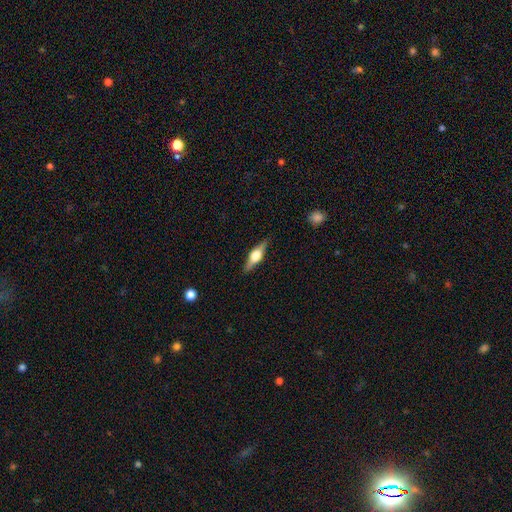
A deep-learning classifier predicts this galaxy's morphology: Q: Smooth or featured?
A: featured or disk (66%); runner-up: smooth (27%)
Q: Edge-on disk?
A: yes (96%); runner-up: no (4%)
Q: Edge-on bulge?
A: rounded (92%); runner-up: boxy (6%)
Q: Merging?
A: none (88%); runner-up: minor disturbance (9%)